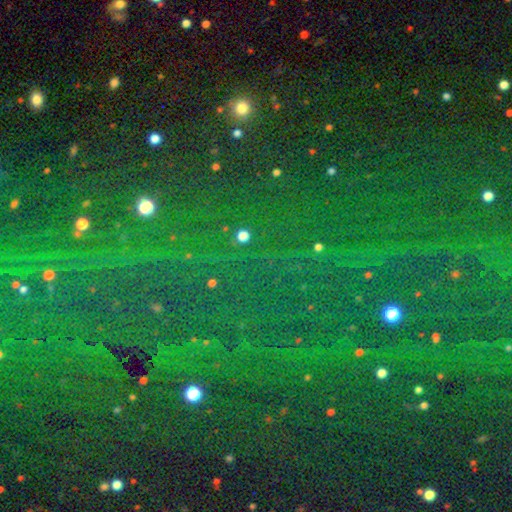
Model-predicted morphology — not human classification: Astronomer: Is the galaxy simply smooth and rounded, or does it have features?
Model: star or artifact — 82%.